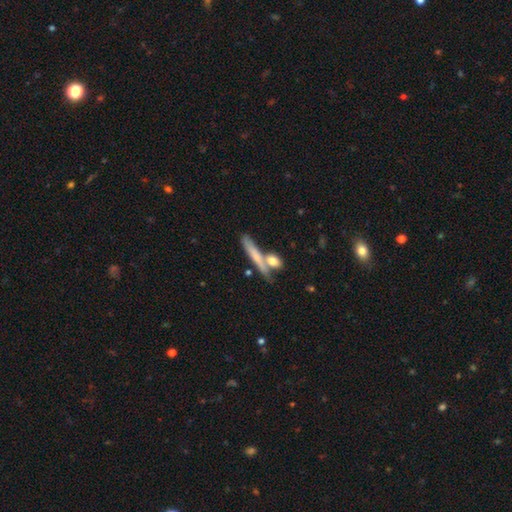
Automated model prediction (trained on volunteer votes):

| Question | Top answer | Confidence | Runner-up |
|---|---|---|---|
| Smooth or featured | smooth | 61% | featured or disk (31%) |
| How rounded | cigar-shaped | 82% | in between (12%) |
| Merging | none | 56% | merger (24%) |